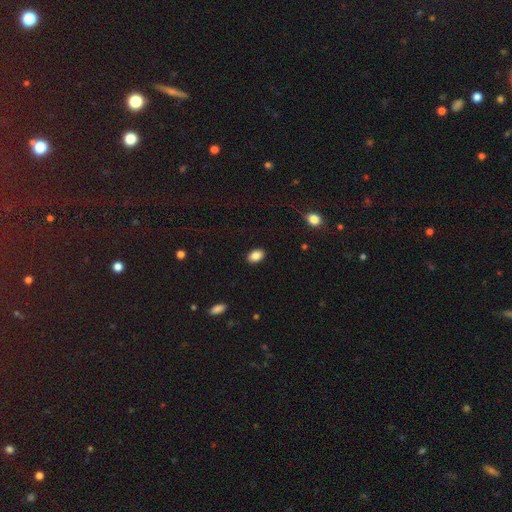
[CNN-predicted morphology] Smooth or featured? smooth (86%)
How rounded? in between (88%)
Merging? none (89%)